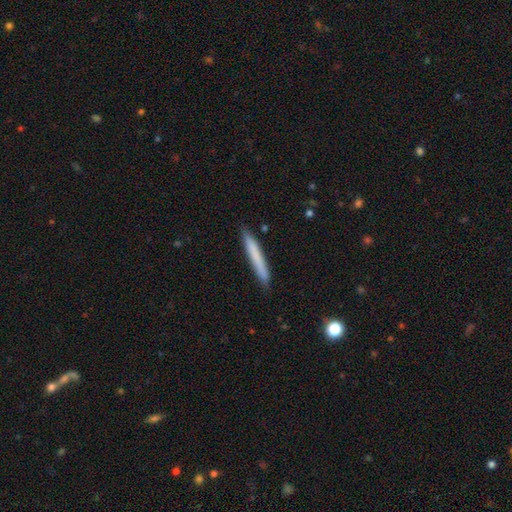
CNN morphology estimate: Smooth or featured? Predicted: smooth (p=0.74). How rounded? Predicted: cigar-shaped (p=0.96). Merging? Predicted: none (p=0.88).